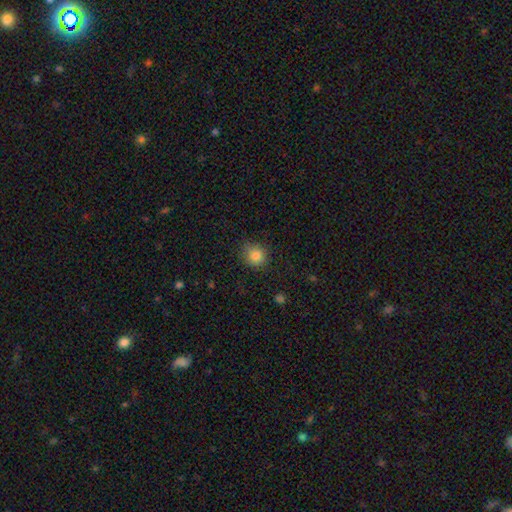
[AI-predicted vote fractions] A smooth galaxy with no disk features (83%) that is round (85%). Merging: none (82%).